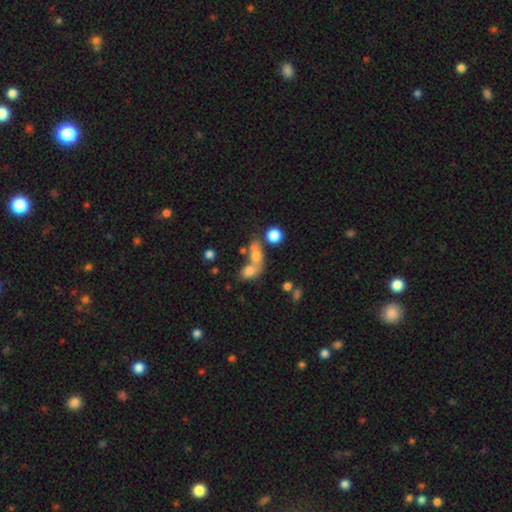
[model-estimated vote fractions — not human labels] Smooth or featured? Predicted: smooth (p=0.64). How rounded? Predicted: in between (p=0.56). Merging? Predicted: merger (p=0.55).